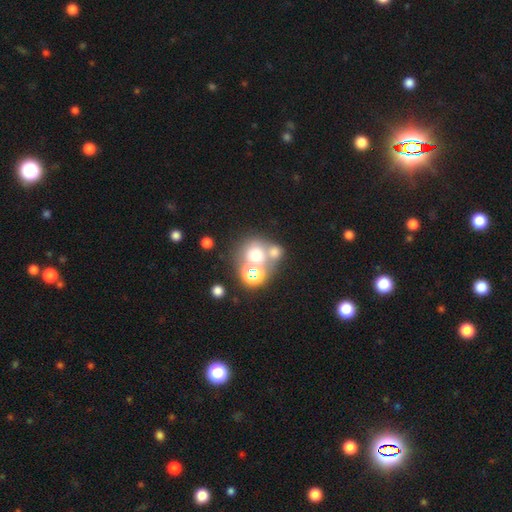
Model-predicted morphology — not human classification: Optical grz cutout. It shows a smooth galaxy with no disk features (61%) that is round (80%). Merging: none (43%).